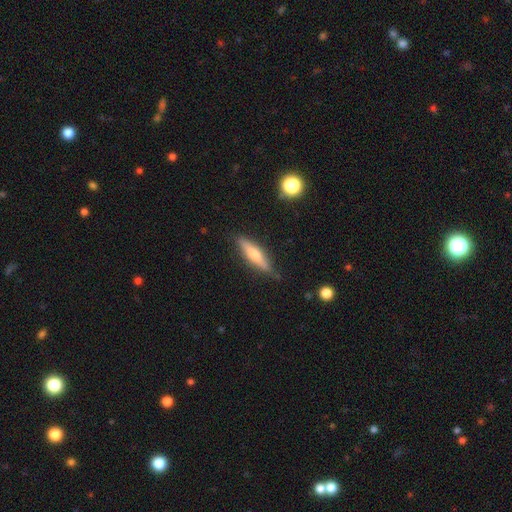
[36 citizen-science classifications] A smooth galaxy with no disk features (58%) that is cigar-shaped (67%). Merging: none (69%).